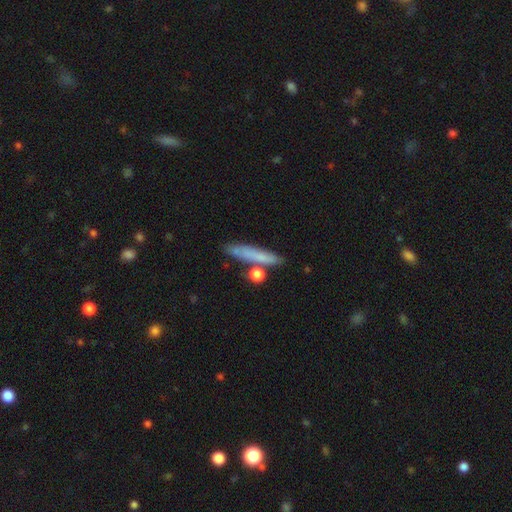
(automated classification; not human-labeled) Overall: smooth (67%). How rounded: cigar-shaped (86%). Merging: none (74%).